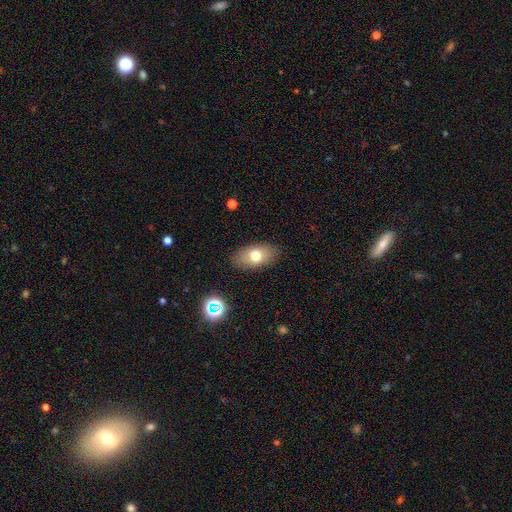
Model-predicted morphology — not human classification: Smooth or featured? smooth (71%)
How rounded? in between (91%)
Merging? none (86%)